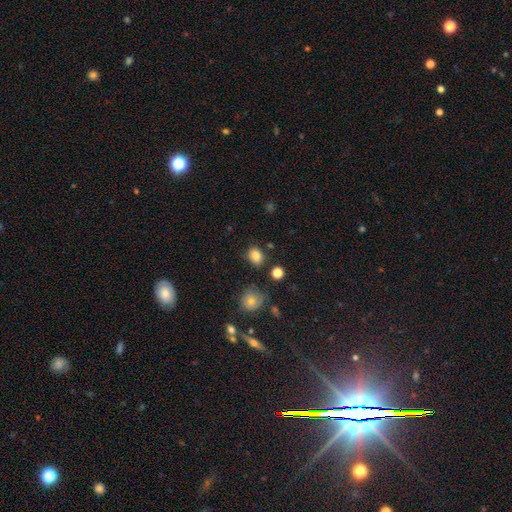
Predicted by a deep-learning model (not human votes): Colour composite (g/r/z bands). It shows a smooth galaxy with no disk features (83%) that is in between round and cigar-shaped (58%). Merging: none (80%).